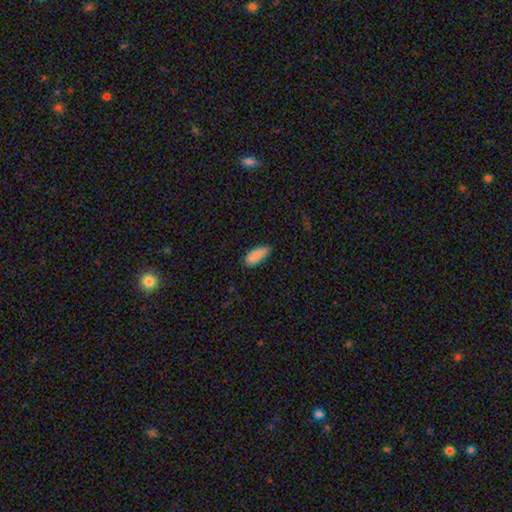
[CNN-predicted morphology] Smooth or featured?
  - smooth: 88% *
  - star or artifact: 7%
  - featured or disk: 5%
How rounded?
  - in between: 83% *
  - cigar-shaped: 15%
  - round: 2%
Merging?
  - none: 66% *
  - minor disturbance: 28%
  - major disturbance: 4%
  - merger: 2%